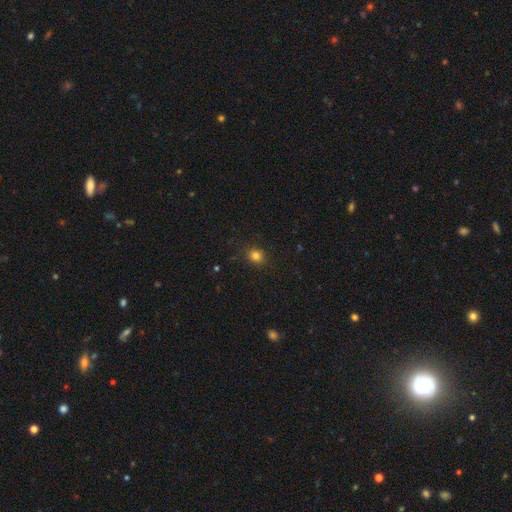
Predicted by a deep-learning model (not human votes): smooth-or-featured: smooth: 82% | star or artifact: 13% | featured or disk: 5%
  how-rounded: round: 65% | in between: 34% | cigar-shaped: 1%
  merging: none: 88% | minor disturbance: 8% | major disturbance: 2% | merger: 1%